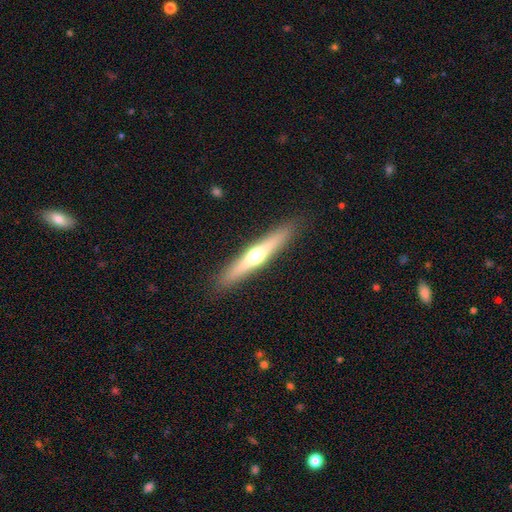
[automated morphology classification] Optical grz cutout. It shows a featured or disk galaxy (56%) viewed edge-on (94%) with a rounded central bulge (91%). Merging: none (90%).